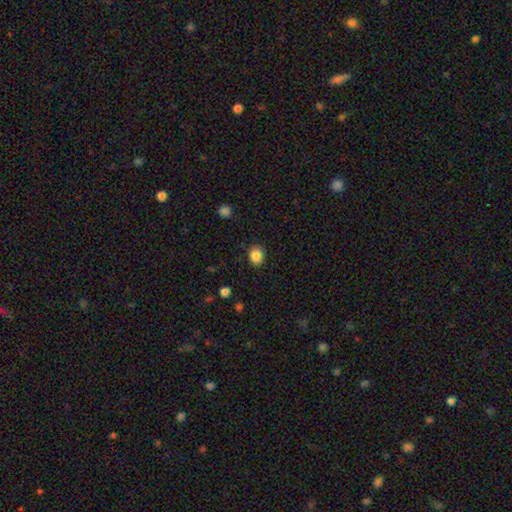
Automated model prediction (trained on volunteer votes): Morphology: type=smooth (86%); roundness=round (63%); merging=none (87%).